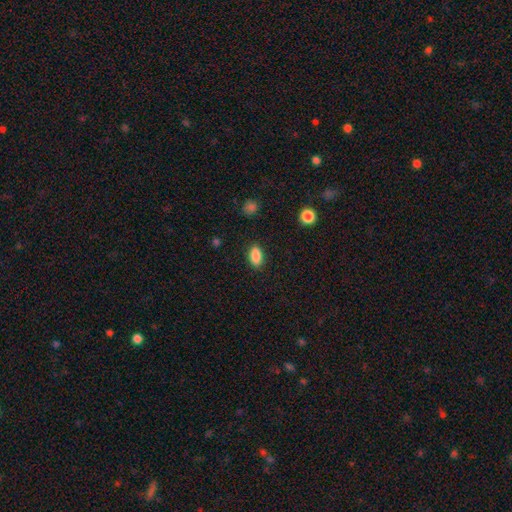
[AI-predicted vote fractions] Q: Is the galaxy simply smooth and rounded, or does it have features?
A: smooth — 88%.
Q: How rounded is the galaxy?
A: in between — 89%.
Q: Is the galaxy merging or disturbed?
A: none — 87%.